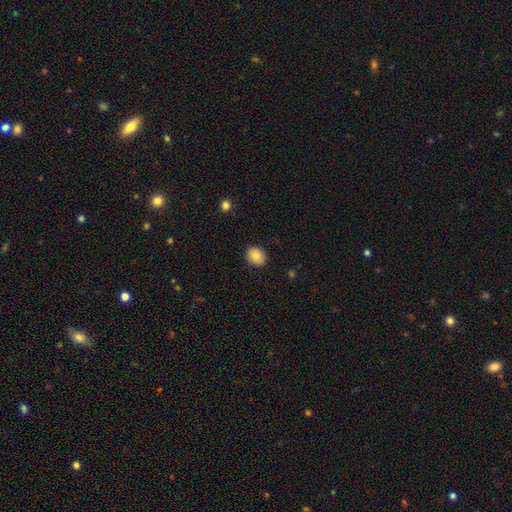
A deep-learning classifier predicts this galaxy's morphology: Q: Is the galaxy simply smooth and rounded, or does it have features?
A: smooth — 85%.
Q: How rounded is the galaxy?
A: in between — 50%.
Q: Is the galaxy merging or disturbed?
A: none — 87%.